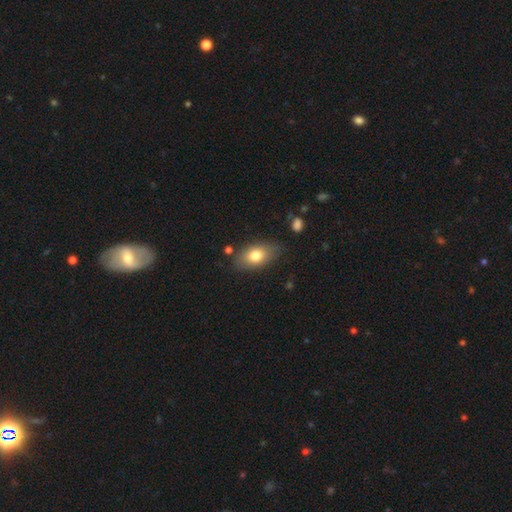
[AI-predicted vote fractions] smooth-or-featured: smooth: 77% | featured or disk: 15% | star or artifact: 8%
  how-rounded: in between: 89% | round: 8% | cigar-shaped: 3%
  merging: none: 78% | minor disturbance: 15% | major disturbance: 4% | merger: 3%